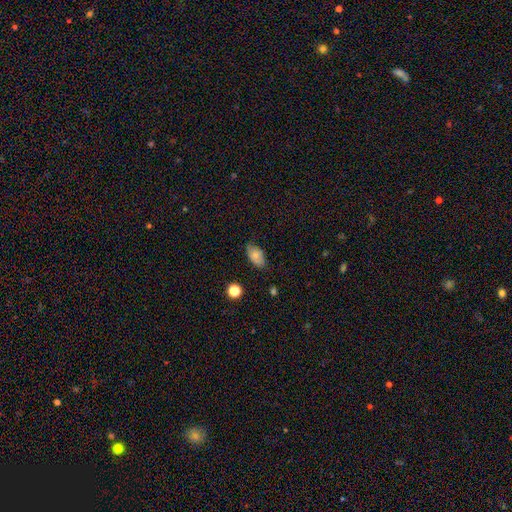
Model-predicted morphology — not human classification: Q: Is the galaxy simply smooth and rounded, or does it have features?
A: smooth — 77%.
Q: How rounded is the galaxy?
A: in between — 91%.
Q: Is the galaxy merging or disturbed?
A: none — 70%.